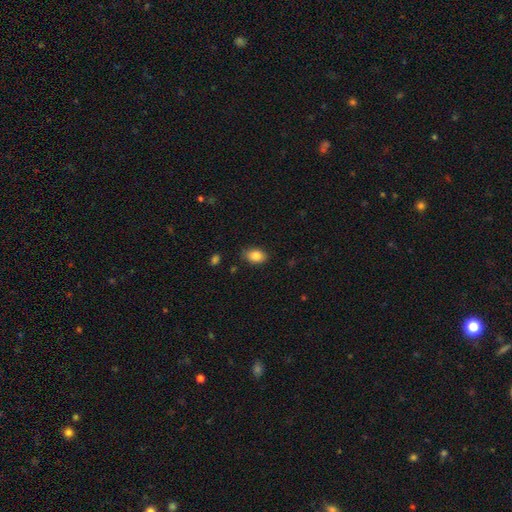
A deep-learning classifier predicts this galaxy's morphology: A smooth galaxy with no disk features (85%) that is in between round and cigar-shaped (82%).

Vote fractions:
- Smooth or featured? smooth: 85% / star or artifact: 8% / featured or disk: 6%
- How rounded? in between: 82% / round: 17% / cigar-shaped: 1%
- Merging? none: 82% / minor disturbance: 14% / major disturbance: 3% / merger: 1%